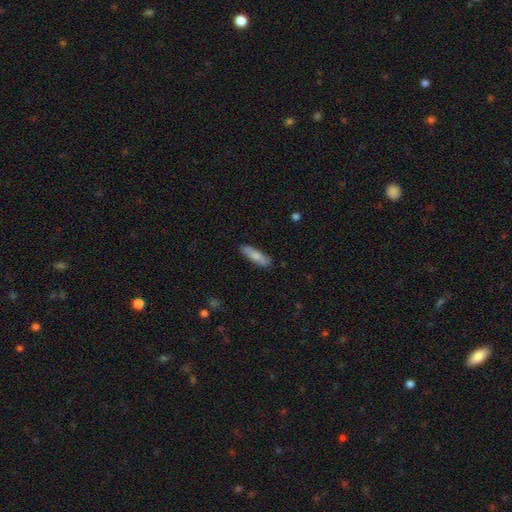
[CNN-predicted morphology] Overall: smooth (80%). How rounded: cigar-shaped (61%; in between 37%). Merging: none (87%).